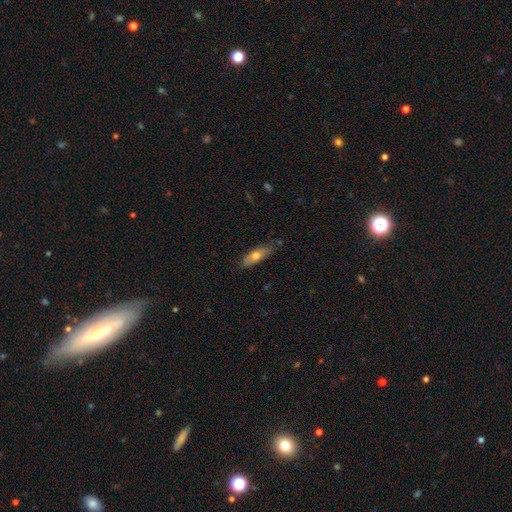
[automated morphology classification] The model was most divided on "how rounded": cigar-shaped: 50%, in between: 48%, round: 2%. More confident: merging — none (73%); smooth or featured — smooth (66%).